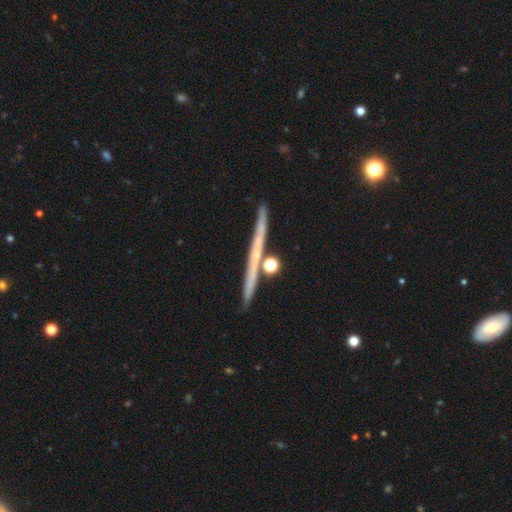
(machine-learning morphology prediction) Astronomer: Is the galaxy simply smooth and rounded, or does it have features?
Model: featured or disk — 61%.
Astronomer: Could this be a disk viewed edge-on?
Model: yes — 97%.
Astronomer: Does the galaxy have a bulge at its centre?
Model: none — 78%.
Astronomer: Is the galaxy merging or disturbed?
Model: none — 84%.